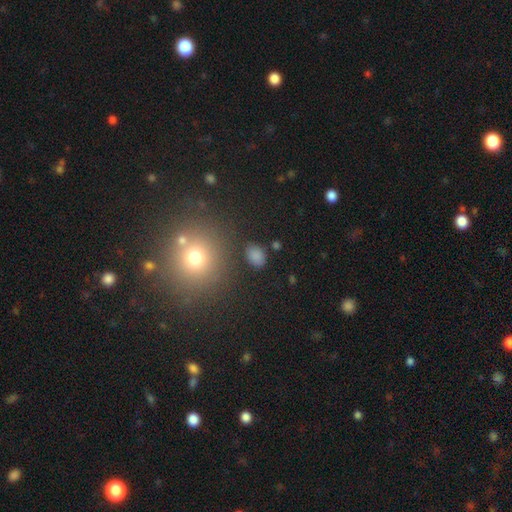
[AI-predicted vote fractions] A smooth galaxy with no disk features (81%) that is in between round and cigar-shaped (74%). Merging: none (82%).